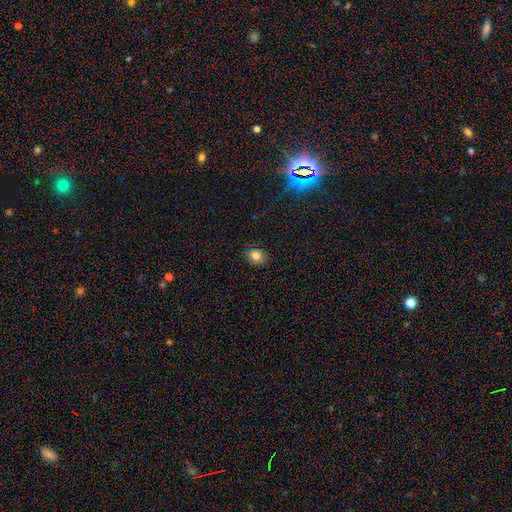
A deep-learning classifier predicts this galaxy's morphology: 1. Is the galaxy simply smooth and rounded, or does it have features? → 80% smooth, 11% star or artifact, 8% featured or disk.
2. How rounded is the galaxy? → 63% in between, 35% round, 1% cigar-shaped.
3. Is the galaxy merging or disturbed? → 84% none, 12% minor disturbance, 3% major disturbance, 1% merger.